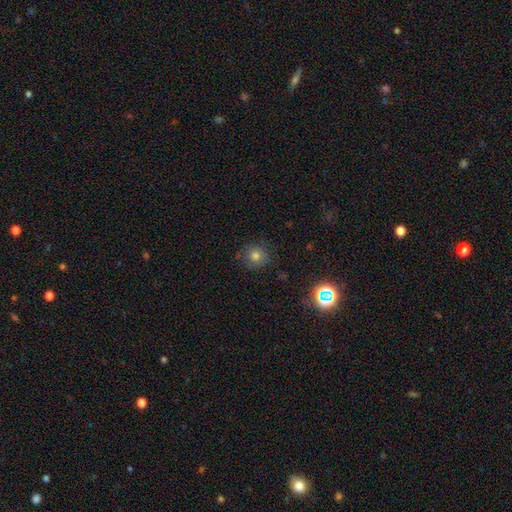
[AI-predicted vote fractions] A smooth galaxy with no disk features (69%) that is round (92%).

Vote fractions:
- Smooth or featured? smooth: 69% / star or artifact: 20% / featured or disk: 11%
- How rounded? round: 92% / in between: 7% / cigar-shaped: 1%
- Merging? none: 83% / minor disturbance: 12% / major disturbance: 4% / merger: 1%